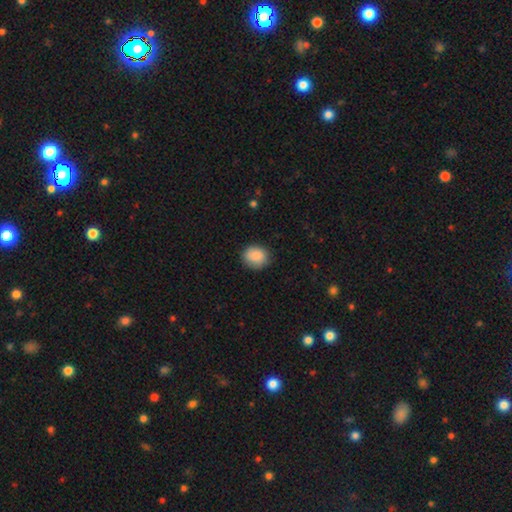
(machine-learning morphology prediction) This is clearly a smooth galaxy (88%). How rounded: likely round (65%). Merging: clearly none (83%).